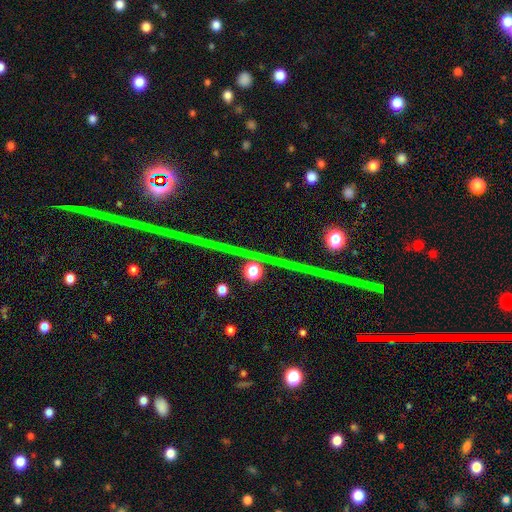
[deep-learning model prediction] Smooth or featured: star or artifact — 74% (featured or disk — 17%)